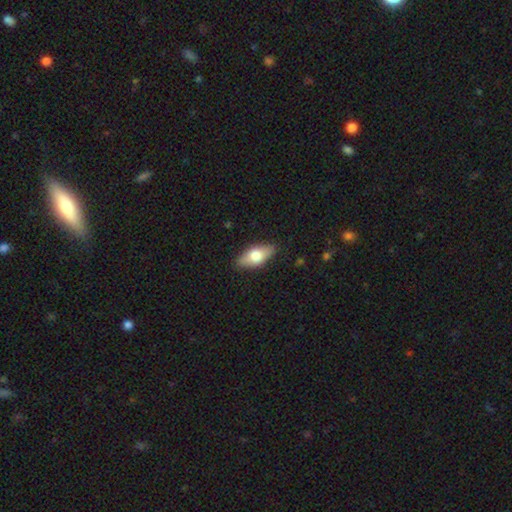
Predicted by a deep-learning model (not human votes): A smooth galaxy with no disk features (69%) that is in between round and cigar-shaped (85%).

Vote fractions:
- Smooth or featured? smooth: 69% / featured or disk: 25% / star or artifact: 6%
- How rounded? in between: 85% / cigar-shaped: 11% / round: 4%
- Merging? none: 86% / minor disturbance: 11% / major disturbance: 2% / merger: 1%